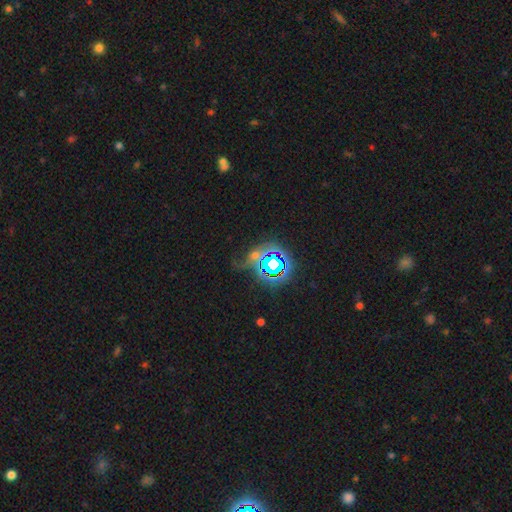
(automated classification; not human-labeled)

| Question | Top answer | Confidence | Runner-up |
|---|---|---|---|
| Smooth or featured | star or artifact | 62% | smooth (22%) |